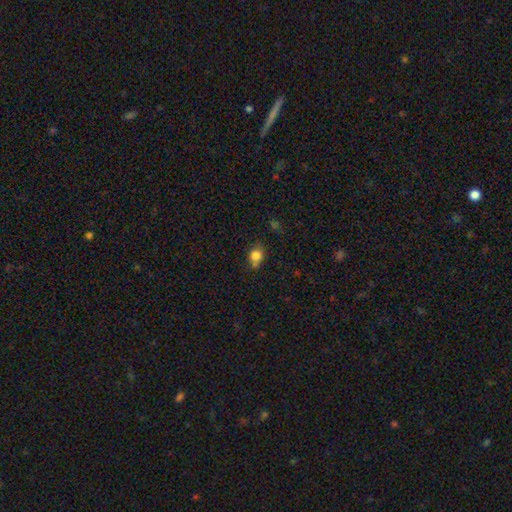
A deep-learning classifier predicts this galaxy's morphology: Smooth or featured?
  - smooth: 81% *
  - star or artifact: 11%
  - featured or disk: 7%
How rounded?
  - round: 69% *
  - in between: 30%
  - cigar-shaped: 1%
Merging?
  - none: 58% *
  - minor disturbance: 20%
  - merger: 16%
  - major disturbance: 5%